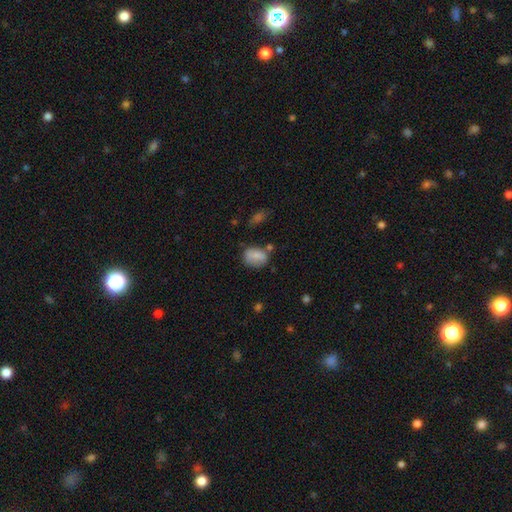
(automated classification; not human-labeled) Smooth or featured? Predicted: smooth (p=0.77). How rounded? Predicted: in between (p=0.60). Merging? Predicted: none (p=0.62).